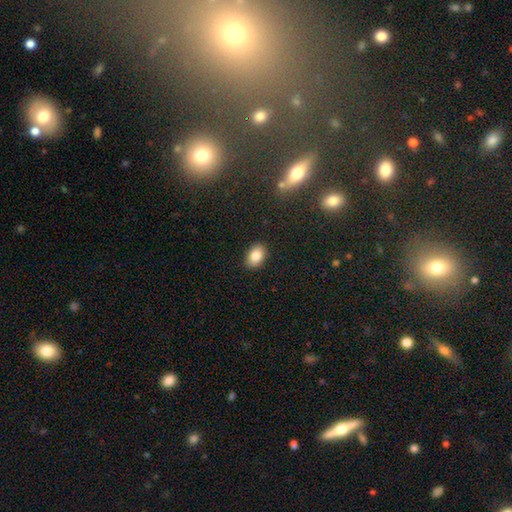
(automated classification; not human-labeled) Overall: smooth (85%). How rounded: in between (84%). Merging: none (88%).